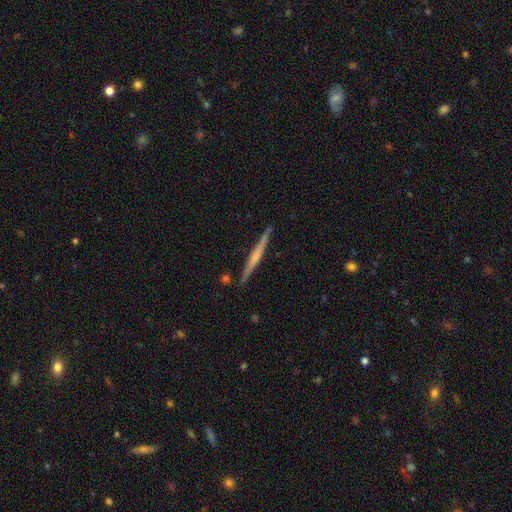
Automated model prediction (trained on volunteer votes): Q: Smooth or featured?
A: featured or disk (66%); runner-up: smooth (28%)
Q: Edge-on disk?
A: yes (98%); runner-up: no (2%)
Q: Edge-on bulge?
A: none (43%); tied with: rounded (43%)
Q: Merging?
A: none (90%); runner-up: minor disturbance (7%)